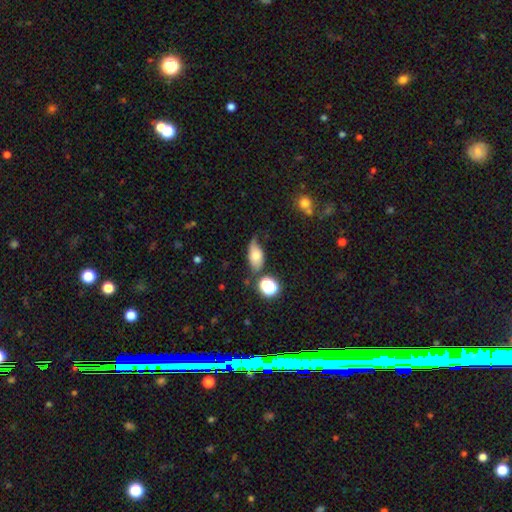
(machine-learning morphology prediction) A smooth galaxy with no disk features (66%) that is in between round and cigar-shaped (86%). Merging: none (40%).